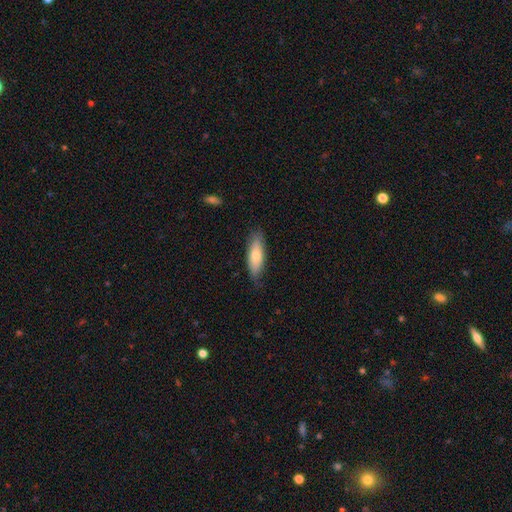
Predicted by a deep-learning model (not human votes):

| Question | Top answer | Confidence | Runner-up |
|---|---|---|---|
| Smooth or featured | smooth | 74% | featured or disk (20%) |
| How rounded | in between | 55% | cigar-shaped (43%) |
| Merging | none | 79% | minor disturbance (17%) |